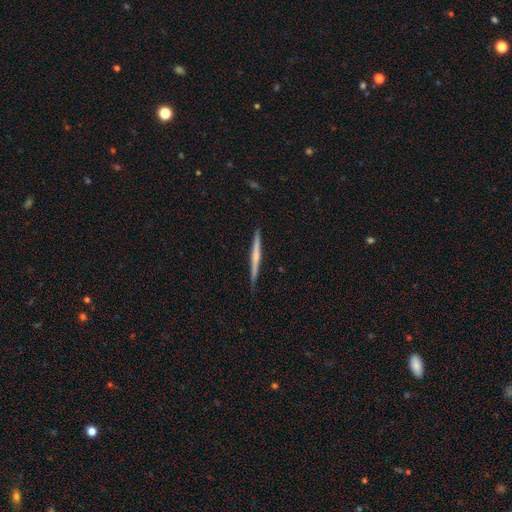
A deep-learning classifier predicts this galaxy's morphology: A featured or disk galaxy (56%) viewed edge-on (98%) with no central bulge (54%). Merging: none (89%).